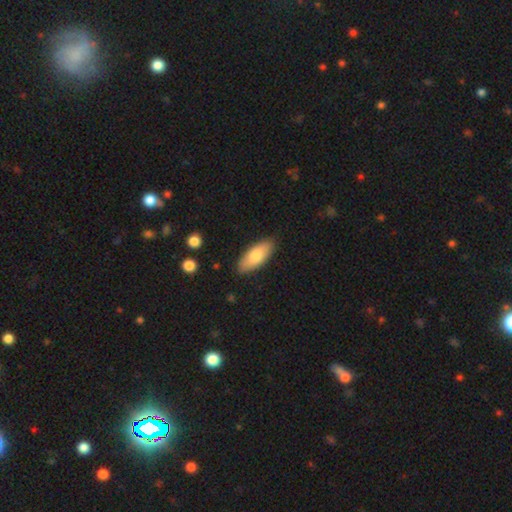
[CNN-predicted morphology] Overall: smooth (78%). How rounded: in between (81%). Merging: none (86%).